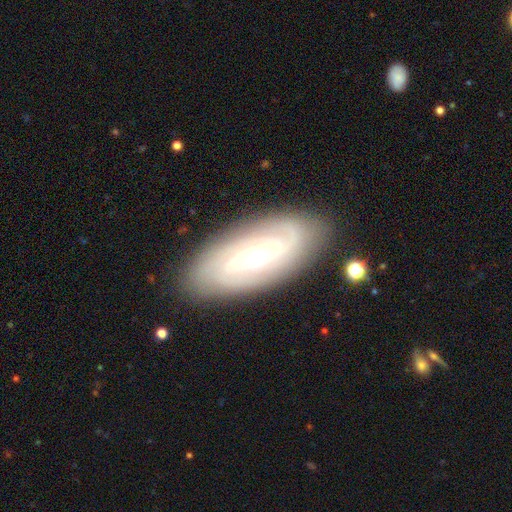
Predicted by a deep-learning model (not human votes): featured or disk 78%, smooth 16%, star or artifact 6%. Down the decision tree: edge-on disk — no (92%); bar — no (44%); spiral arms — yes (91%); spiral arm count — 2 (40%); spiral winding — tight (56%); bulge size — moderate (51%); merging — none (84%).